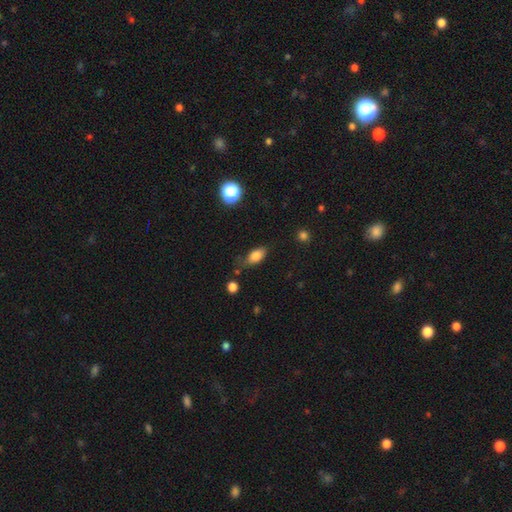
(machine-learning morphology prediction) smooth 81%, featured or disk 10%, star or artifact 9%. Down the decision tree: how rounded — in between (87%); merging — none (62%).